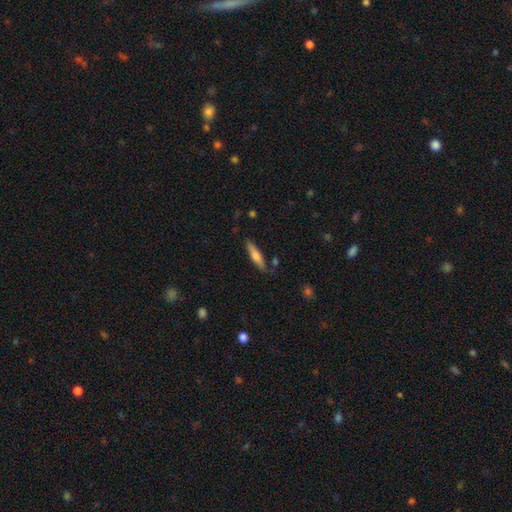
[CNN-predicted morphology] A smooth galaxy with no disk features (63%) that is cigar-shaped (78%). Merging: none (79%).